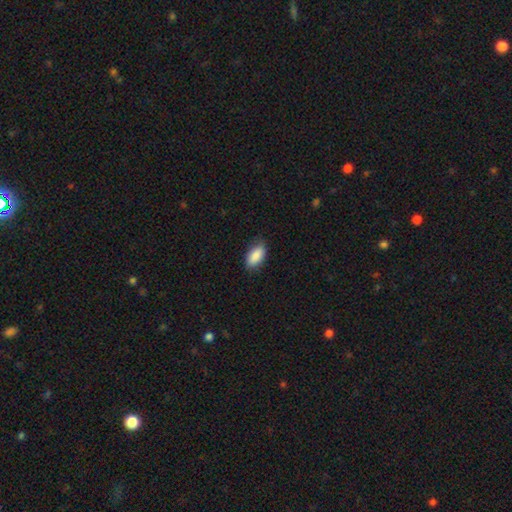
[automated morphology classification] This is clearly a smooth galaxy (88%). How rounded: clearly in between (90%). Merging: clearly none (81%).